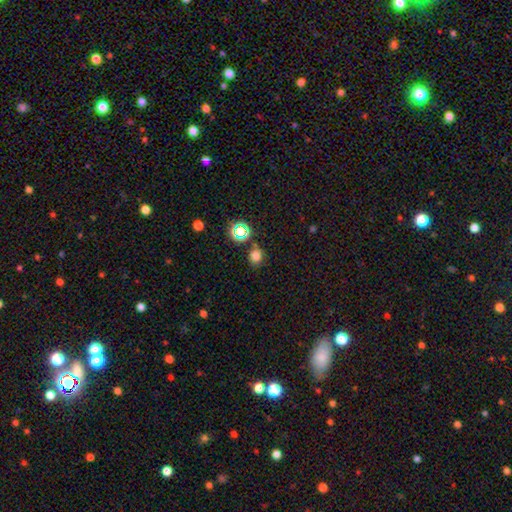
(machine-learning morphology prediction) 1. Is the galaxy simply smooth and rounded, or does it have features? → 72% smooth, 23% star or artifact, 5% featured or disk.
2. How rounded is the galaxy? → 72% round, 27% in between, 1% cigar-shaped.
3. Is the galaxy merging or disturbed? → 78% none, 11% minor disturbance, 7% merger, 4% major disturbance.